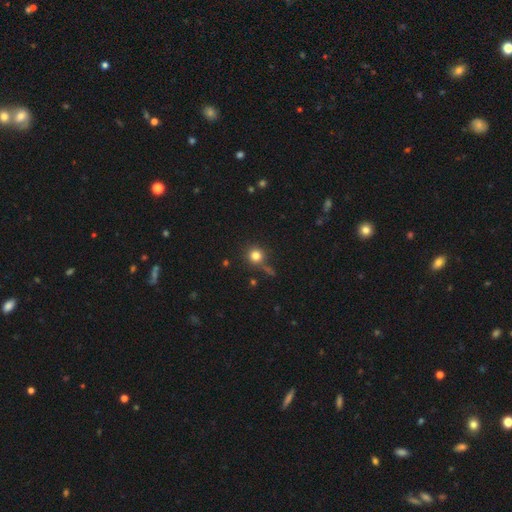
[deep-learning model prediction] This is likely a smooth galaxy (80%). How rounded: clearly round (93%). Merging: likely none (77%).